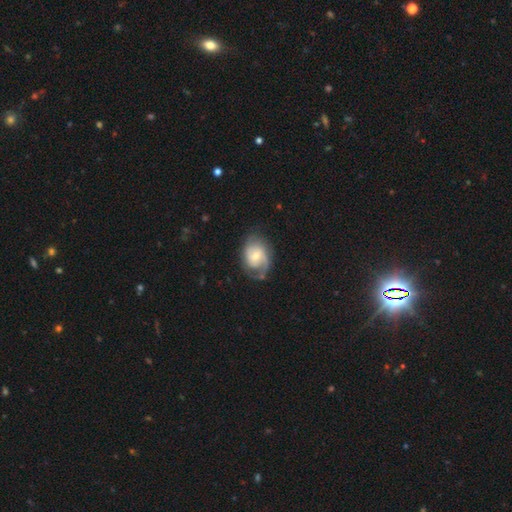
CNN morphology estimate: Smooth or featured: featured or disk — 68% (smooth — 26%)
Edge-on disk: no — 97% (yes — 3%)
Bar: no — 53% (weak — 38%)
Spiral arms: yes — 88% (no — 12%)
Spiral winding: medium — 42% (tight — 33%)
Spiral arm count: 2 — 47% (1 — 33%)
Bulge size: small — 51% (moderate — 43%)
Merging: none — 60% (minor disturbance — 23%)